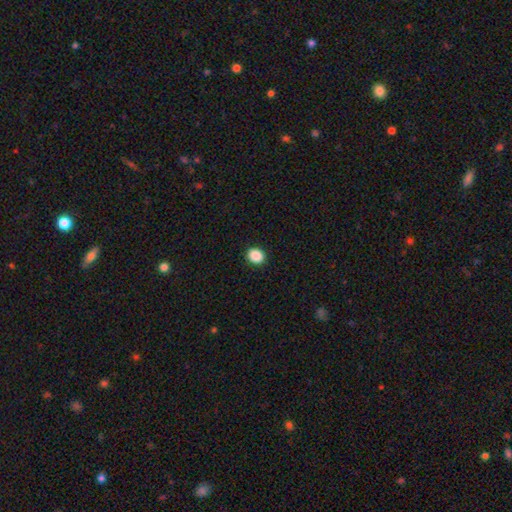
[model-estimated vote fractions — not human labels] smooth 89%, star or artifact 9%, featured or disk 2%. Down the decision tree: how rounded — round (64%); merging — none (92%).